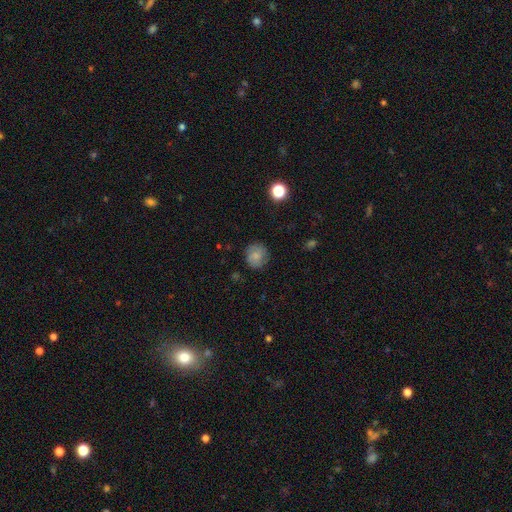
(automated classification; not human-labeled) Morphology: type=smooth (74%); roundness=round (86%); merging=none (81%).